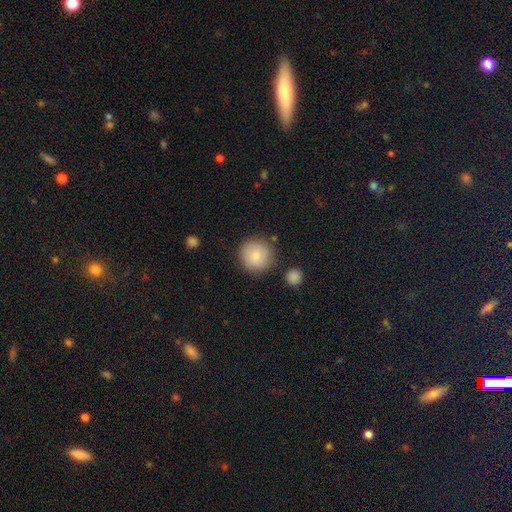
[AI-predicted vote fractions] Q: Smooth or featured?
A: smooth (82%); runner-up: featured or disk (11%)
Q: How rounded?
A: round (95%); runner-up: in between (4%)
Q: Merging?
A: none (84%); runner-up: minor disturbance (10%)